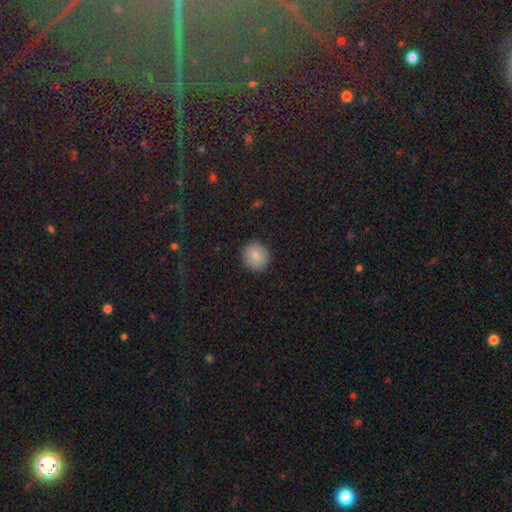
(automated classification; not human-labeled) smooth_or_featured: smooth (p=0.81) [alt: star or artifact p=0.10]
how_rounded: round (p=0.90) [alt: in between p=0.09]
merging: none (p=0.90) [alt: minor disturbance p=0.07]